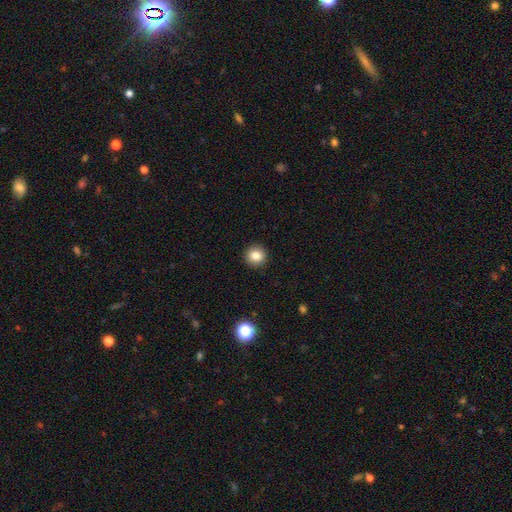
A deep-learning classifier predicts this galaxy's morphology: smooth-or-featured: smooth: 84% | star or artifact: 10% | featured or disk: 6%
  how-rounded: round: 94% | in between: 5% | cigar-shaped: 1%
  merging: none: 93% | minor disturbance: 5% | major disturbance: 2% | merger: 1%